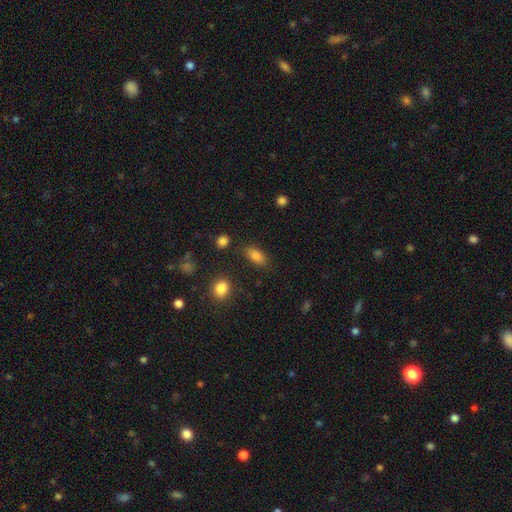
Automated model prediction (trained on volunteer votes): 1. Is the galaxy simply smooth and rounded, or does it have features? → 85% smooth, 9% star or artifact, 6% featured or disk.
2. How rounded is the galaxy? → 87% in between, 8% cigar-shaped, 5% round.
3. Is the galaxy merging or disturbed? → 81% none, 12% minor disturbance, 4% major disturbance, 3% merger.